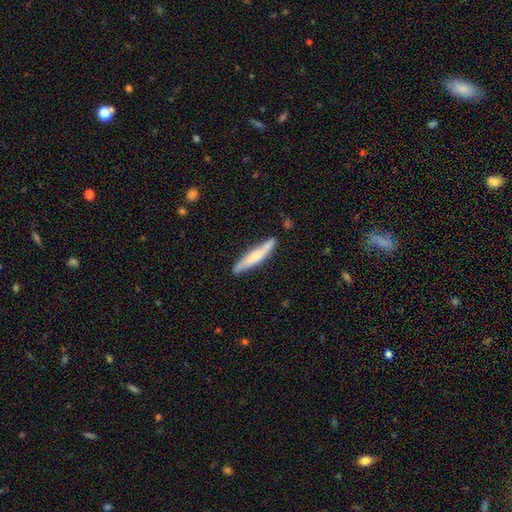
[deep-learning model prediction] smooth-or-featured: smooth: 54% | featured or disk: 41% | star or artifact: 5%
  how-rounded: cigar-shaped: 90% | in between: 8% | round: 1%
  merging: none: 81% | minor disturbance: 14% | merger: 2% | major disturbance: 2%